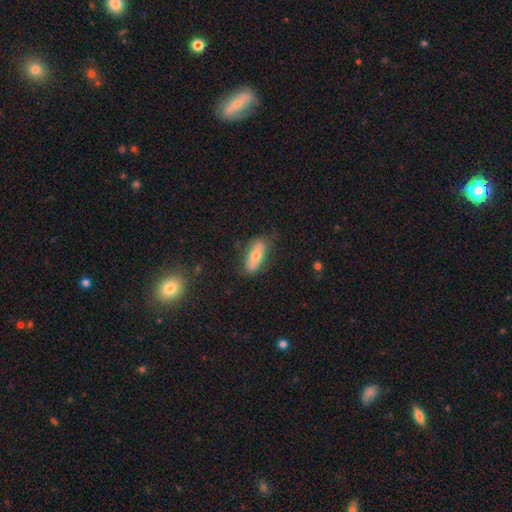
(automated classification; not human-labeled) A smooth galaxy with no disk features (63%) that is in between round and cigar-shaped (68%).

Vote fractions:
- Smooth or featured? smooth: 63% / featured or disk: 30% / star or artifact: 7%
- How rounded? in between: 68% / cigar-shaped: 29% / round: 3%
- Merging? none: 75% / minor disturbance: 19% / major disturbance: 5% / merger: 2%